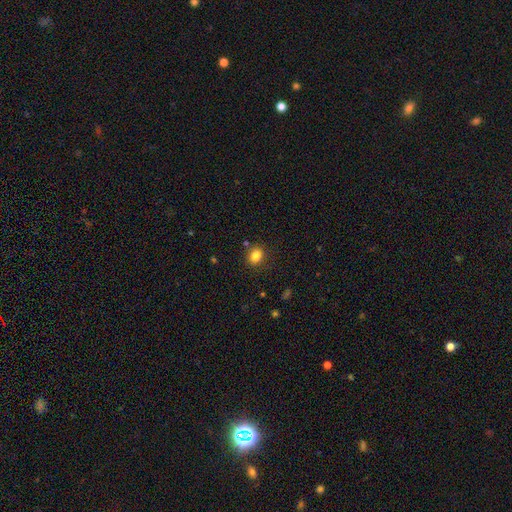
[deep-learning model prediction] Smooth or featured: smooth — 83% (star or artifact — 12%)
How rounded: round — 63% (in between — 36%)
Merging: none — 84% (minor disturbance — 10%)